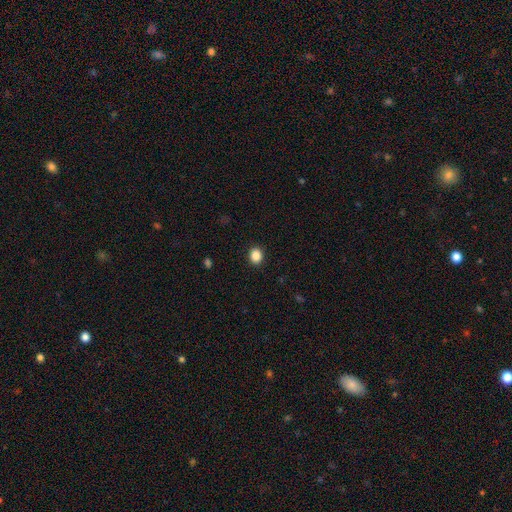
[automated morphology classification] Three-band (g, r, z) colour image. It shows a smooth galaxy with no disk features (88%) that is round (61%). Merging: none (91%).